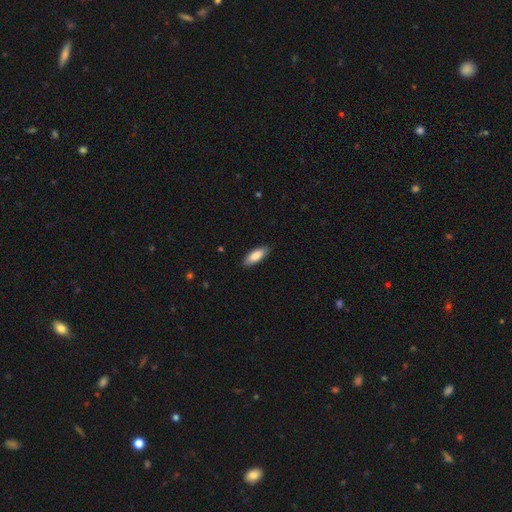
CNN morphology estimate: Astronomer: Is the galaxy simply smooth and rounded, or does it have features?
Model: smooth — 86%.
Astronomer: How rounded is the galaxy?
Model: in between — 68%.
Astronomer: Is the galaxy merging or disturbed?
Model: none — 88%.